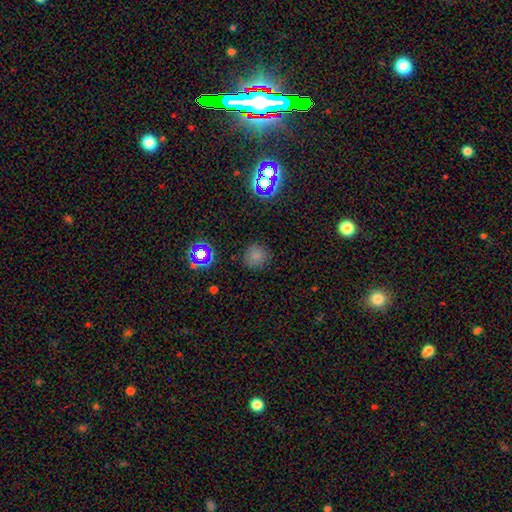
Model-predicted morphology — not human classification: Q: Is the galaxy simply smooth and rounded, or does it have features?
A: smooth — 73%.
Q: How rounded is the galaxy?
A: round — 92%.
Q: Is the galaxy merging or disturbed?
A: none — 85%.